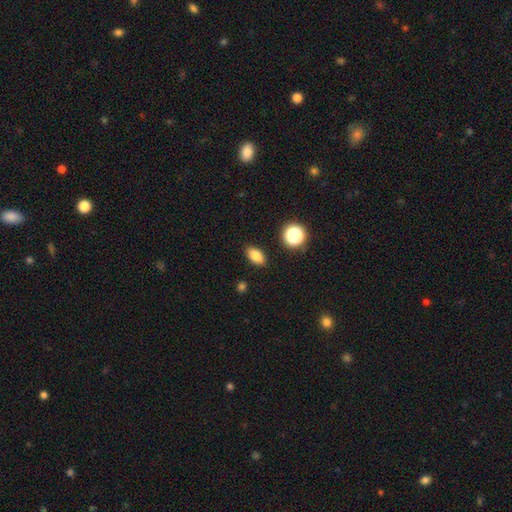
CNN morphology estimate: Smooth or featured: smooth — 82% (star or artifact — 11%)
How rounded: in between — 85% (round — 9%)
Merging: none — 89% (minor disturbance — 8%)